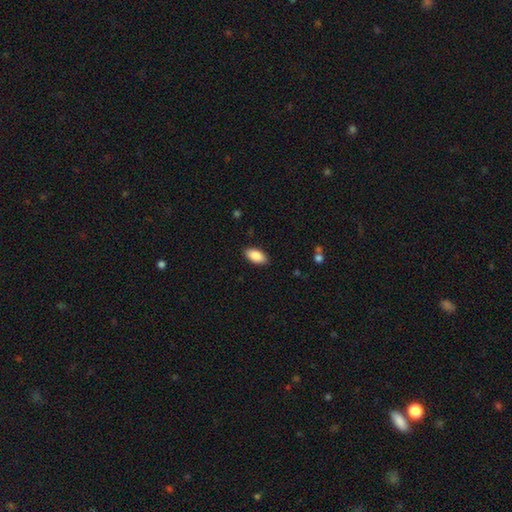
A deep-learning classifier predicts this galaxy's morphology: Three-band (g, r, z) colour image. It shows a smooth galaxy with no disk features (88%) that is in between round and cigar-shaped (93%). Merging: none (88%).